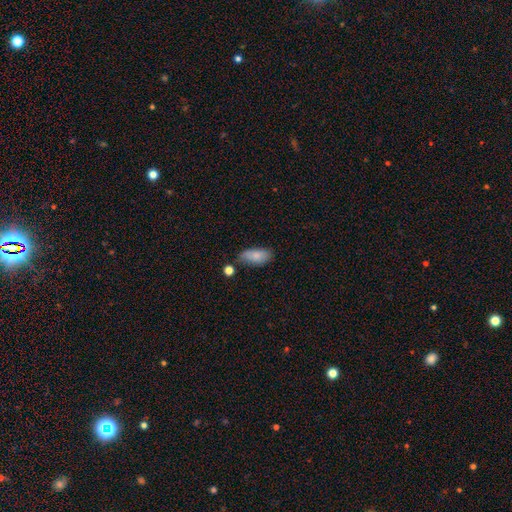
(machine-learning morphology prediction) A smooth galaxy with no disk features (82%) that is in between round and cigar-shaped (91%).

Vote fractions:
- Smooth or featured? smooth: 82% / featured or disk: 11% / star or artifact: 7%
- How rounded? in between: 91% / cigar-shaped: 6% / round: 3%
- Merging? none: 63% / minor disturbance: 25% / merger: 6% / major disturbance: 6%